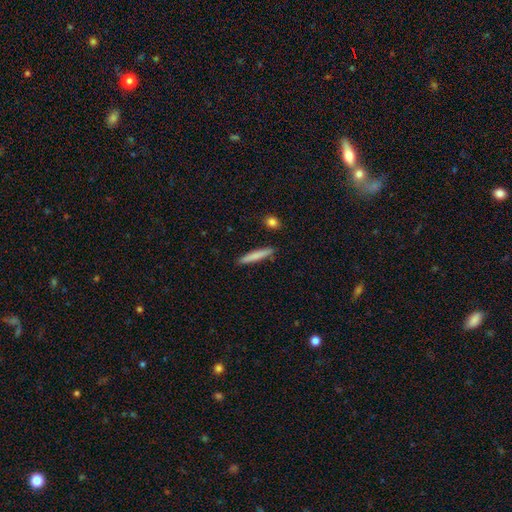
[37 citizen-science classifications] smooth-or-featured: smooth: 81% | featured or disk: 16% | star or artifact: 3%
  how-rounded: cigar-shaped: 97% | in between: 3% | round: 0%
  merging: none: 86% | minor disturbance: 14% | major disturbance: 0% | merger: 0%